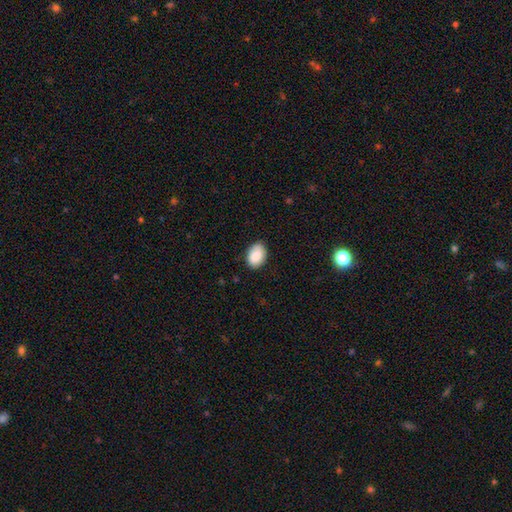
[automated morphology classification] This is clearly a smooth galaxy (89%). How rounded: clearly in between (86%). Merging: clearly none (83%).